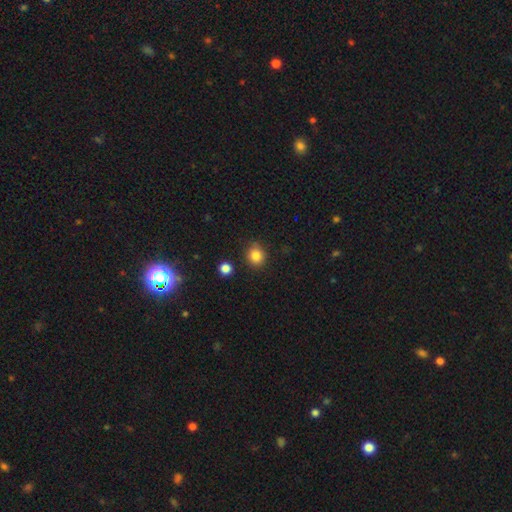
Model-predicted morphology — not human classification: smooth_or_featured: smooth (p=0.84) [alt: star or artifact p=0.11]
how_rounded: round (p=0.80) [alt: in between p=0.19]
merging: none (p=0.83) [alt: minor disturbance p=0.11]